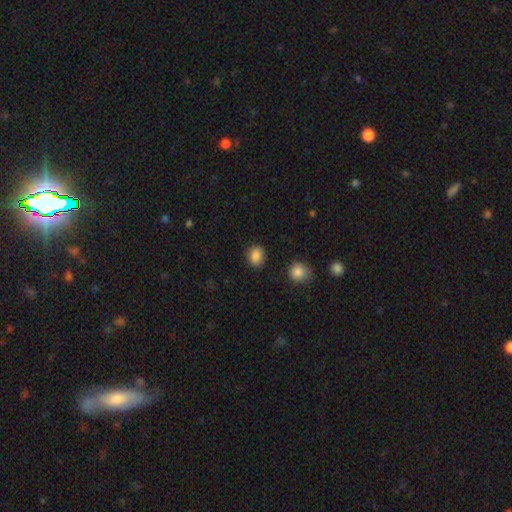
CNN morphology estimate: A smooth galaxy with no disk features (87%) that is round (58%). Merging: none (85%).